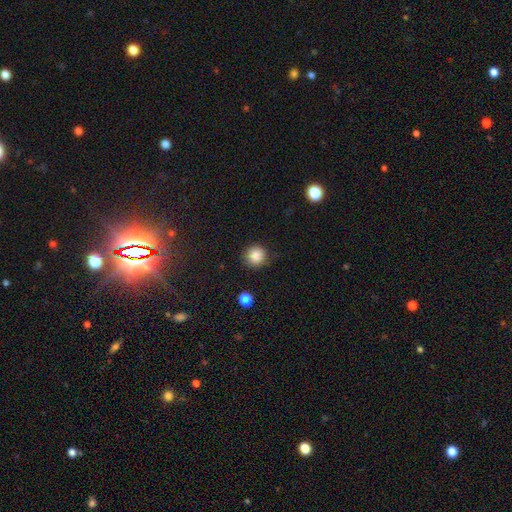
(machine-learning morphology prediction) Smooth or featured: smooth — 86% (star or artifact — 10%)
How rounded: round — 94% (in between — 5%)
Merging: none — 86% (minor disturbance — 10%)